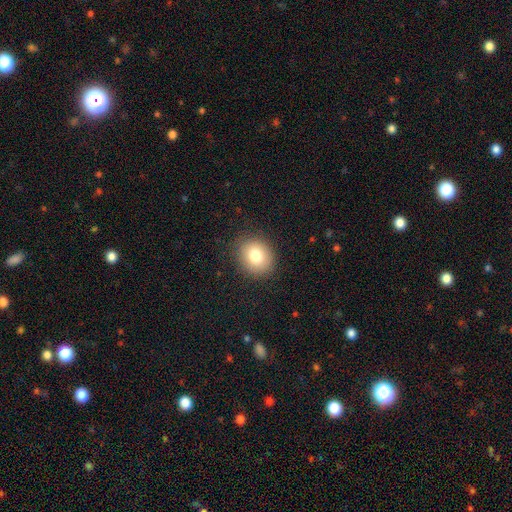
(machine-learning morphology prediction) smooth 79%, star or artifact 10%, featured or disk 10%. Down the decision tree: how rounded — round (68%); merging — none (87%).